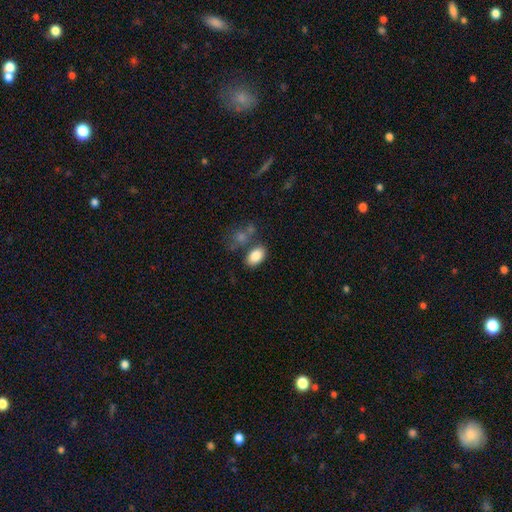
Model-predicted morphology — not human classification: smooth-or-featured: smooth: 86% | star or artifact: 8% | featured or disk: 6%
  how-rounded: in between: 90% | round: 9% | cigar-shaped: 1%
  merging: none: 69% | minor disturbance: 14% | merger: 12% | major disturbance: 5%